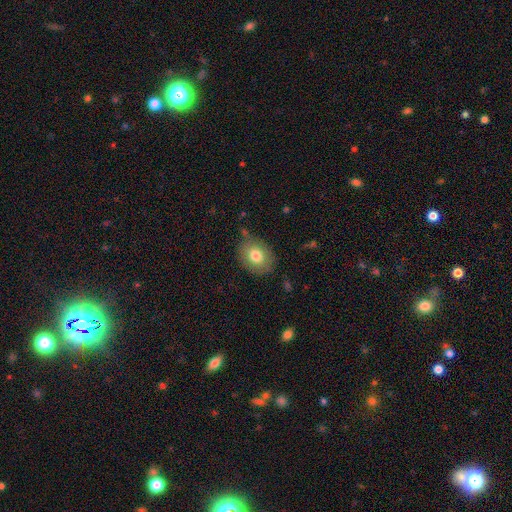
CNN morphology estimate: smooth 77%, featured or disk 14%, star or artifact 8%. Down the decision tree: how rounded — in between (51%); merging — none (78%).